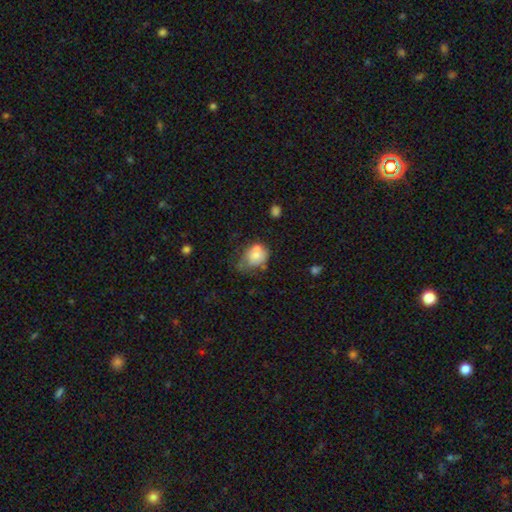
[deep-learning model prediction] Morphology: type=smooth (67%); roundness=round (50%); merging=none (30%).